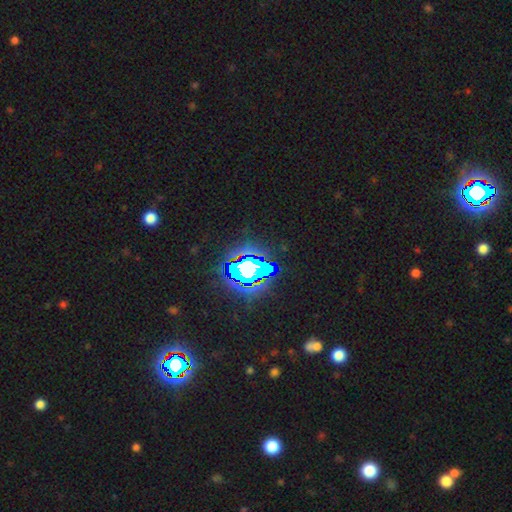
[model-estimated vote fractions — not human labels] A star or artifact, not a galaxy (79%).